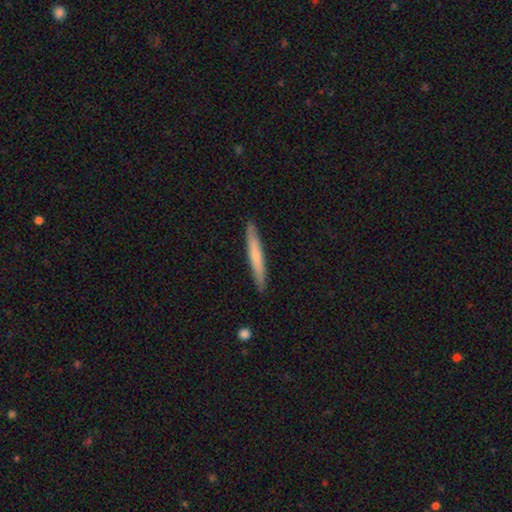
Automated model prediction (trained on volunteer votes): Smooth or featured? smooth (61%)
How rounded? cigar-shaped (96%)
Merging? none (90%)